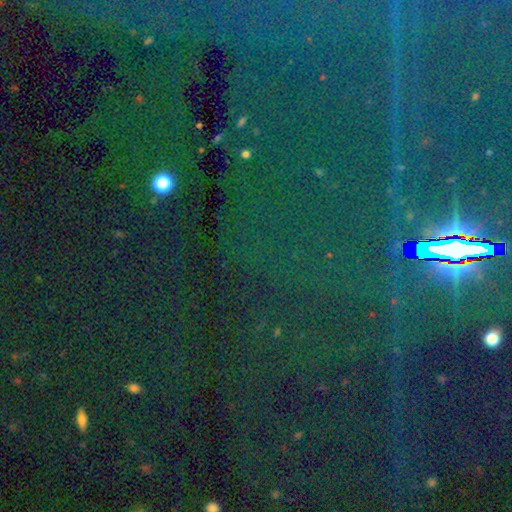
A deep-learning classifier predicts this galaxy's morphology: smooth_or_featured: star or artifact (p=0.86) [alt: smooth p=0.07]